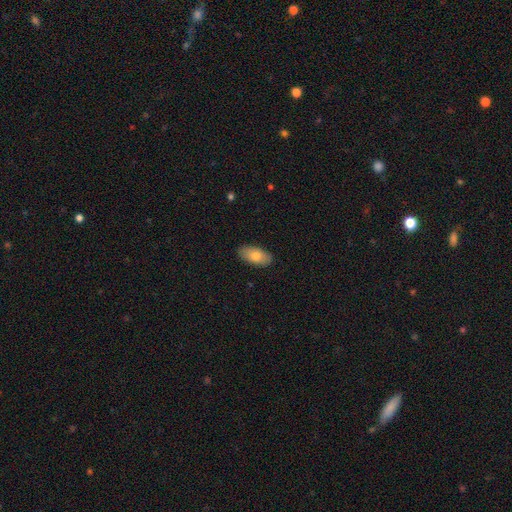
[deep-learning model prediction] This appears to be a smooth galaxy with no disk features (77%) that is in between round and cigar-shaped (92%). Merging: none (87%).